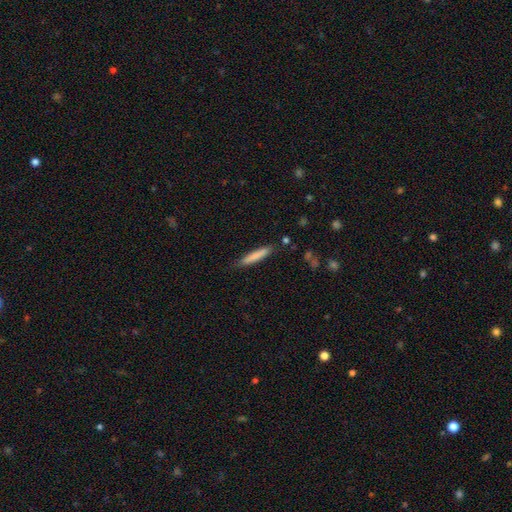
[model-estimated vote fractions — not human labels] This appears to be a smooth galaxy with no disk features (79%) that is cigar-shaped (92%). Merging: none (83%).